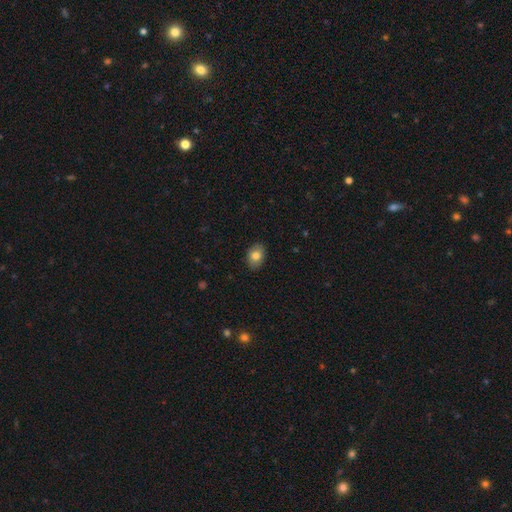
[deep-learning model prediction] Morphology: type=smooth (82%); roundness=in between (76%); merging=none (86%).